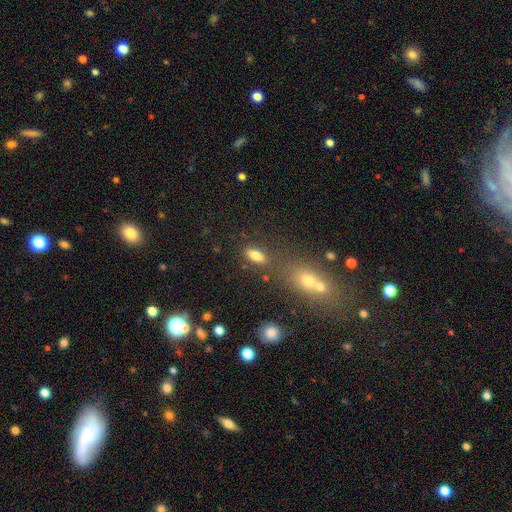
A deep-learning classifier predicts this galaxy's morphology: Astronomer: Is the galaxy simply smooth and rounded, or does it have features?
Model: smooth — 78%.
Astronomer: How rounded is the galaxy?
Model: in between — 80%.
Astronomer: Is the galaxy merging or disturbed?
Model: none — 74%.